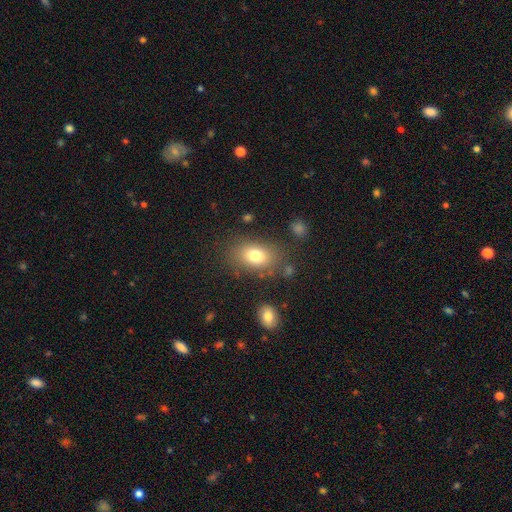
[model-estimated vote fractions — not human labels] Smooth or featured: smooth — 75% (star or artifact — 13%)
How rounded: in between — 83% (round — 16%)
Merging: none — 80% (minor disturbance — 12%)